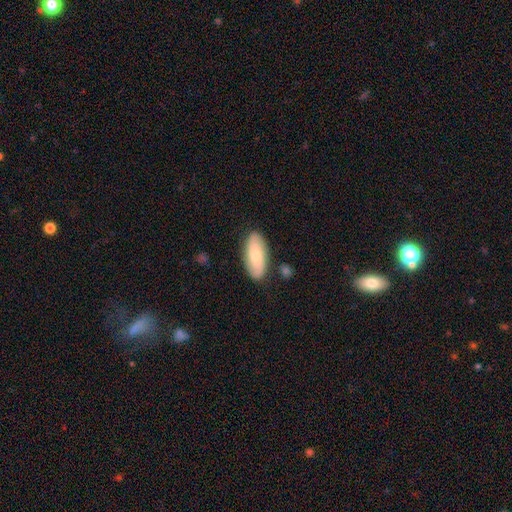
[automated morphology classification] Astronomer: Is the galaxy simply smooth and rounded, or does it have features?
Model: smooth — 65%.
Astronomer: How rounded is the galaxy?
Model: in between — 84%.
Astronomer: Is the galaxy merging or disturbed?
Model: none — 83%.